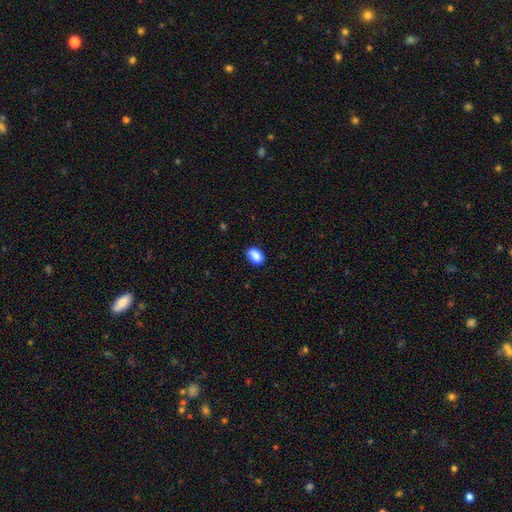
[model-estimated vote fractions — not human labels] Q: Smooth or featured?
A: smooth (87%); runner-up: star or artifact (8%)
Q: How rounded?
A: in between (86%); runner-up: round (12%)
Q: Merging?
A: none (77%); runner-up: minor disturbance (18%)